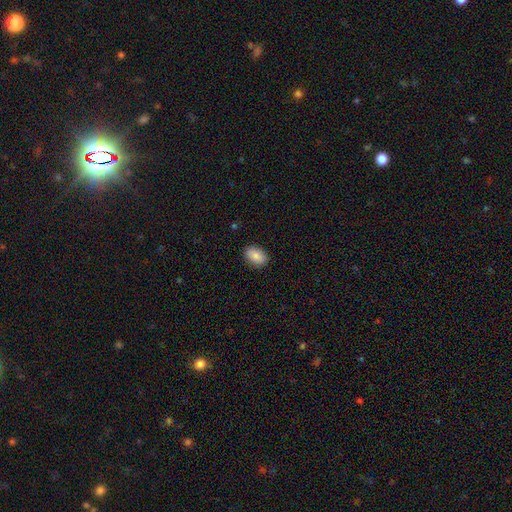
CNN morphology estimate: Overall: smooth (84%). How rounded: in between (87%). Merging: none (87%).